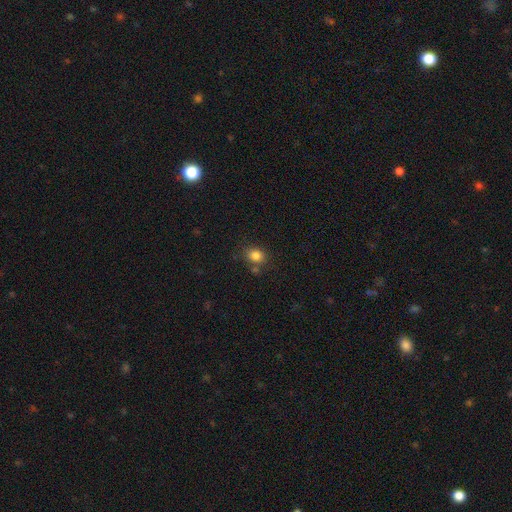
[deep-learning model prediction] This is clearly a smooth galaxy (83%). How rounded: possibly round (57%). Merging: likely none (72%).